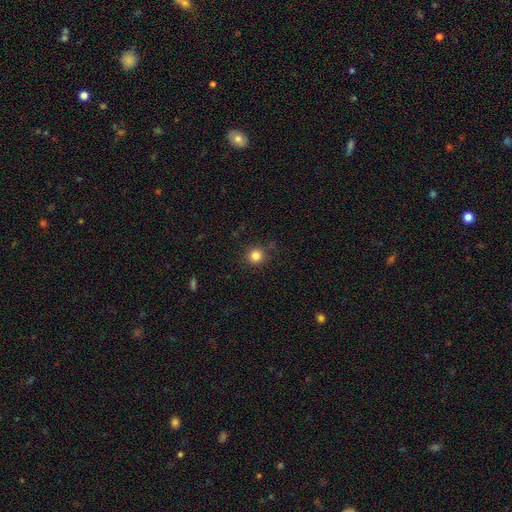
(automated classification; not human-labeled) Morphology: type=smooth (84%); roundness=round (94%); merging=none (87%).